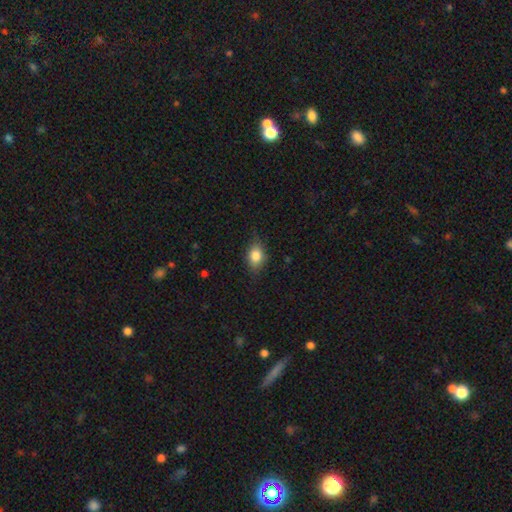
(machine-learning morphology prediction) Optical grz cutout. It shows a smooth galaxy with no disk features (81%) that is in between round and cigar-shaped (73%). Merging: none (75%).